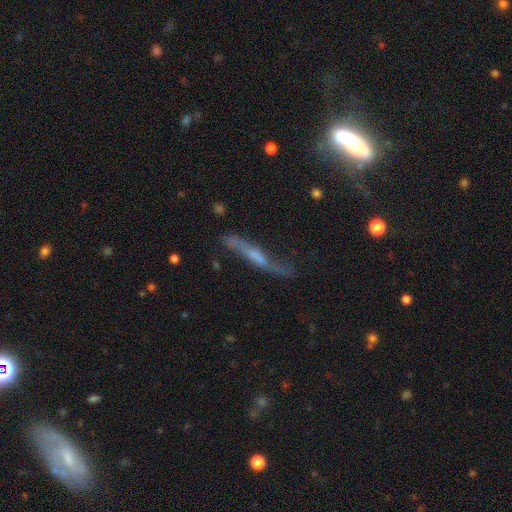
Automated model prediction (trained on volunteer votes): This appears to be a featured or disk galaxy (60%) viewed edge-on (62%). Merging: none (53%).